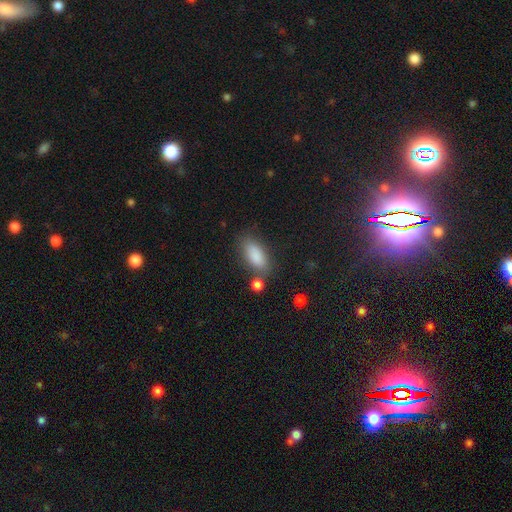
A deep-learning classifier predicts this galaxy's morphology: smooth-or-featured: smooth: 86% | star or artifact: 7% | featured or disk: 6%
  how-rounded: in between: 83% | cigar-shaped: 14% | round: 4%
  merging: none: 70% | minor disturbance: 16% | merger: 9% | major disturbance: 5%